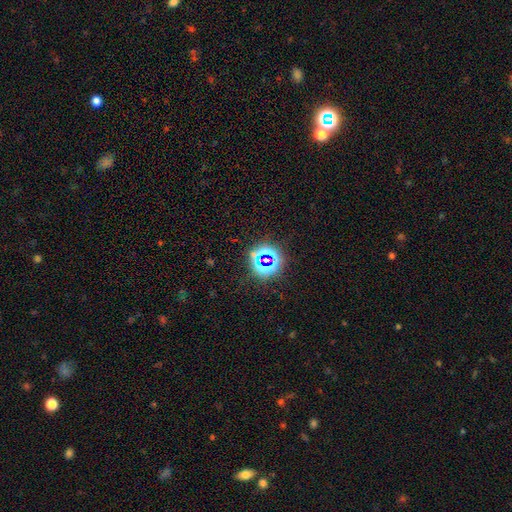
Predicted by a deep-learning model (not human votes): The model was most divided on "smooth or featured": star or artifact: 75%, smooth: 16%, featured or disk: 9%.